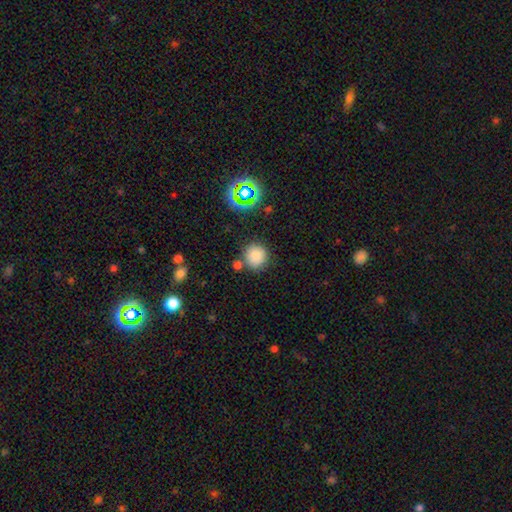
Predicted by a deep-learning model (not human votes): smooth_or_featured: smooth (p=0.81) [alt: star or artifact p=0.14]
how_rounded: round (p=0.93) [alt: in between p=0.06]
merging: none (p=0.77) [alt: minor disturbance p=0.10]